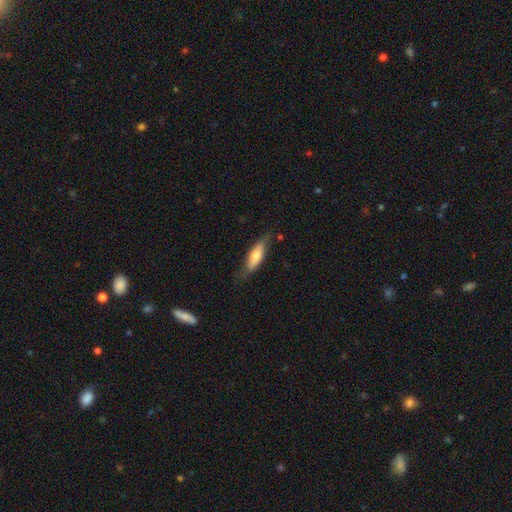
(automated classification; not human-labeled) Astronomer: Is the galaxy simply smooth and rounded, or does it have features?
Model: smooth — 65%.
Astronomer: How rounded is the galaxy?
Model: in between — 52% (runner-up: cigar-shaped, 46%).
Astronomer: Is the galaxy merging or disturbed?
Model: none — 68%.